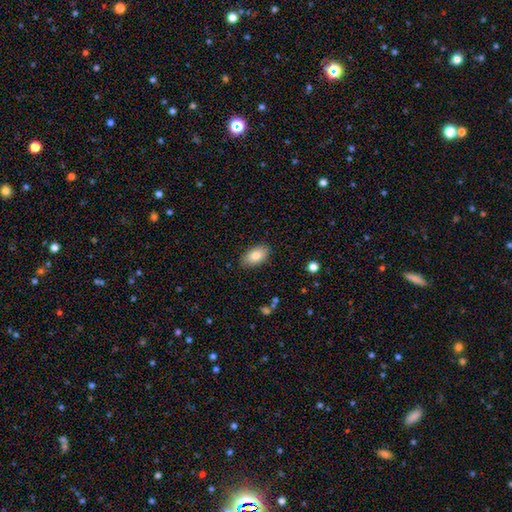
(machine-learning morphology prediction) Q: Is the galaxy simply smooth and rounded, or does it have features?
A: smooth — 83%.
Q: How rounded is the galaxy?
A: in between — 93%.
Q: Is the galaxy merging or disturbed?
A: none — 85%.